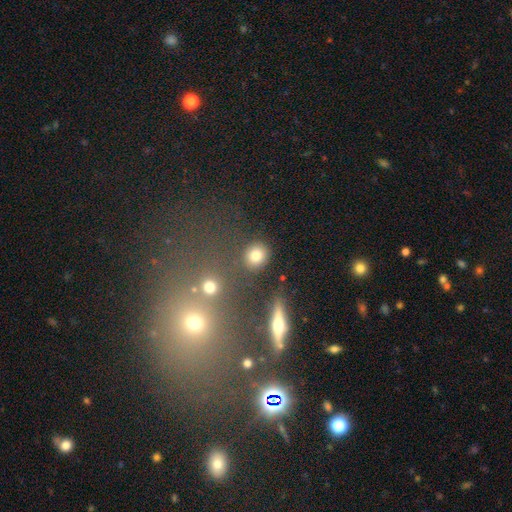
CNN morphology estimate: smooth_or_featured: smooth (p=0.80) [alt: star or artifact p=0.12]
how_rounded: round (p=0.79) [alt: in between p=0.20]
merging: none (p=0.83) [alt: minor disturbance p=0.09]